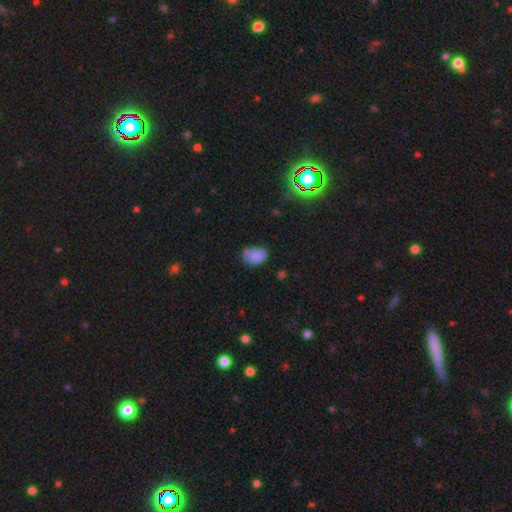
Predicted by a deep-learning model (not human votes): A smooth galaxy with no disk features (75%) that is in between round and cigar-shaped (81%).

Vote fractions:
- Smooth or featured? smooth: 75% / featured or disk: 14% / star or artifact: 11%
- How rounded? in between: 81% / round: 18% / cigar-shaped: 1%
- Merging? none: 52% / minor disturbance: 34% / major disturbance: 11% / merger: 3%